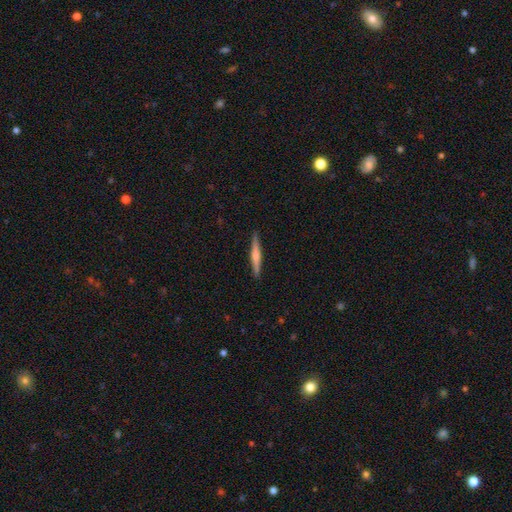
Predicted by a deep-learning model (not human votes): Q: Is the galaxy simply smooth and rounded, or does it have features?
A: featured or disk — 49%.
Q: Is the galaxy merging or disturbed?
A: none — 91%.